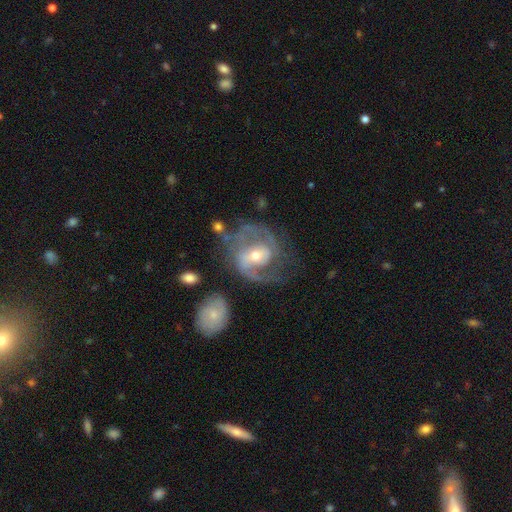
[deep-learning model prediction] Overall: featured or disk (85%). Edge-on disk: no (97%). Bar: weak (41%; no 35%). Spiral arms: yes (91%). Spiral arm count: 2 (69%). Spiral winding: medium (50%; tight 28%). Bulge size: moderate (57%; small 37%). Merging: none (54%; major disturbance 22%).